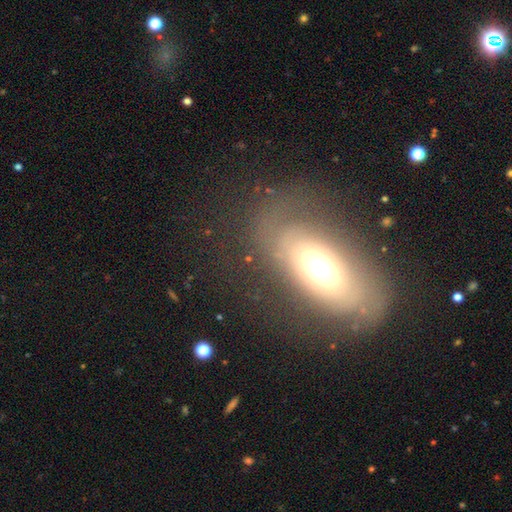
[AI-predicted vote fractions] Overall: featured or disk (51%; smooth 39%). Edge-on disk: no (84%). Merging: none (71%).